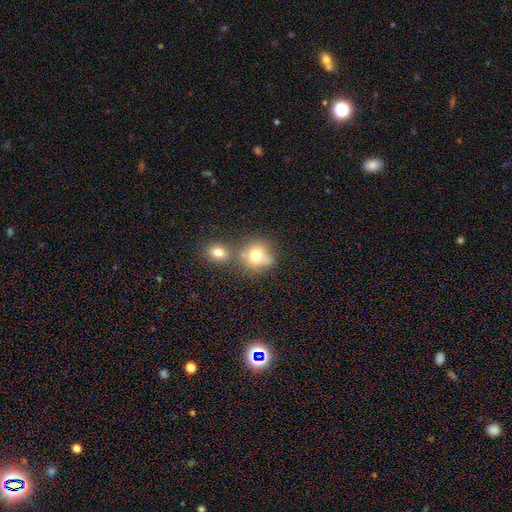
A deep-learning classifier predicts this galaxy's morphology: A smooth galaxy with no disk features (73%) that is round (79%).

Vote fractions:
- Smooth or featured? smooth: 73% / featured or disk: 14% / star or artifact: 12%
- How rounded? round: 79% / in between: 20% / cigar-shaped: 1%
- Merging? none: 47% / merger: 35% / minor disturbance: 12% / major disturbance: 5%